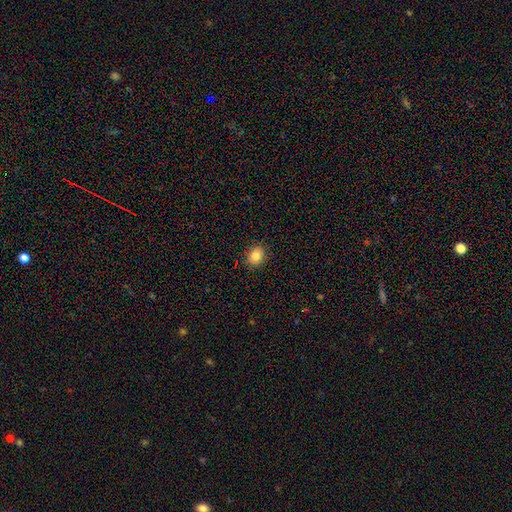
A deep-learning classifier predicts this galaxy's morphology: The model was most divided on "how rounded": round: 59%, in between: 41%, cigar-shaped: 1%. More confident: merging — none (89%); smooth or featured — smooth (85%).